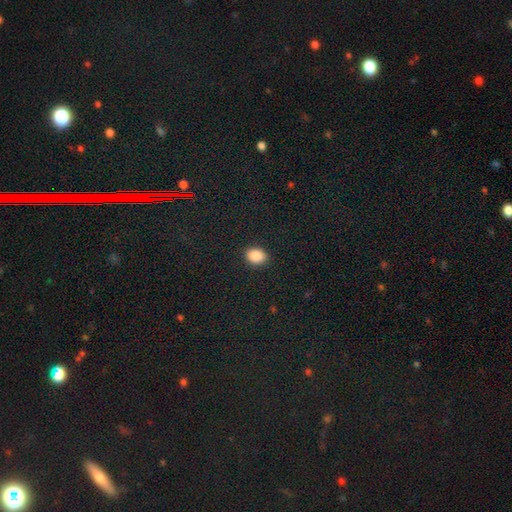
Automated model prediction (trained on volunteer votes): This is clearly a smooth galaxy (88%). How rounded: likely in between (66%). Merging: clearly none (89%).